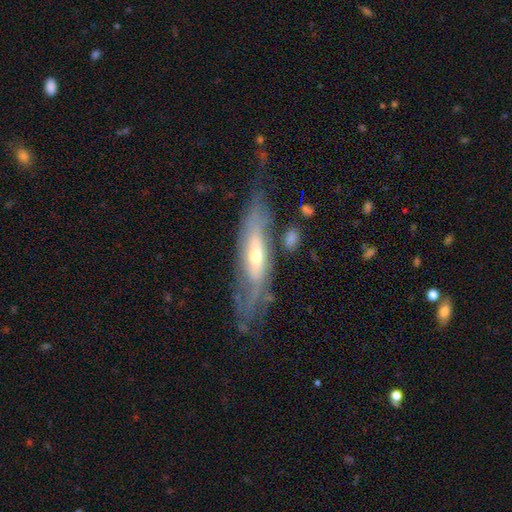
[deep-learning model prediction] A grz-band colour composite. It shows a featured or disk galaxy (74%). Merging: none (58%).